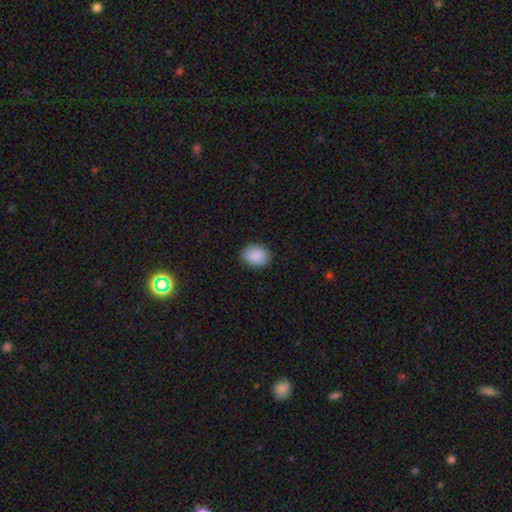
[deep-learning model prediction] This appears to be a smooth galaxy with no disk features (89%) that is in between round and cigar-shaped (63%). Merging: none (85%).